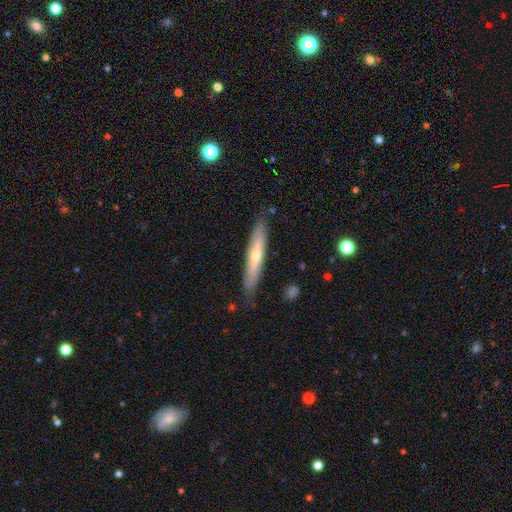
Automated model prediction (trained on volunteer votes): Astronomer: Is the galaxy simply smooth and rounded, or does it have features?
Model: featured or disk — 54% (runner-up: smooth, 40%).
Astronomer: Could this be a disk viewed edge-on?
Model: yes — 81%.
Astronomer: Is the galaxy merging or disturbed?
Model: none — 83%.